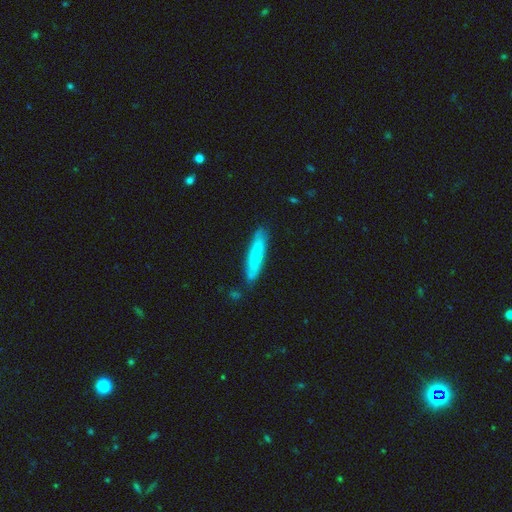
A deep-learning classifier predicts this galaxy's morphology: Overall: smooth (71%). How rounded: cigar-shaped (86%). Merging: none (79%).